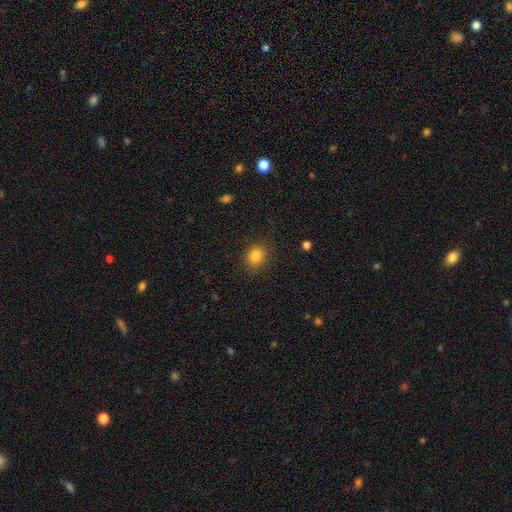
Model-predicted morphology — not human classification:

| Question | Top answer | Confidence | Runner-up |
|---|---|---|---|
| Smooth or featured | smooth | 83% | star or artifact (11%) |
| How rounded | round | 66% | in between (33%) |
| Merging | none | 86% | minor disturbance (10%) |